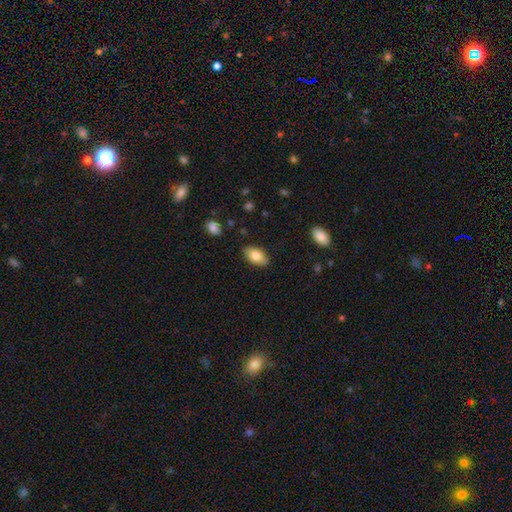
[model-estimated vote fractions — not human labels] Q: Smooth or featured?
A: smooth (82%); runner-up: featured or disk (11%)
Q: How rounded?
A: in between (93%); runner-up: round (5%)
Q: Merging?
A: none (85%); runner-up: minor disturbance (12%)